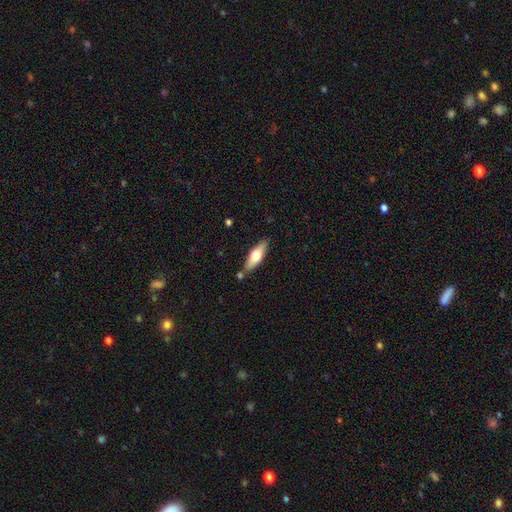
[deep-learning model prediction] A smooth galaxy with no disk features (59%) that is in between round and cigar-shaped (53%). Merging: none (80%).